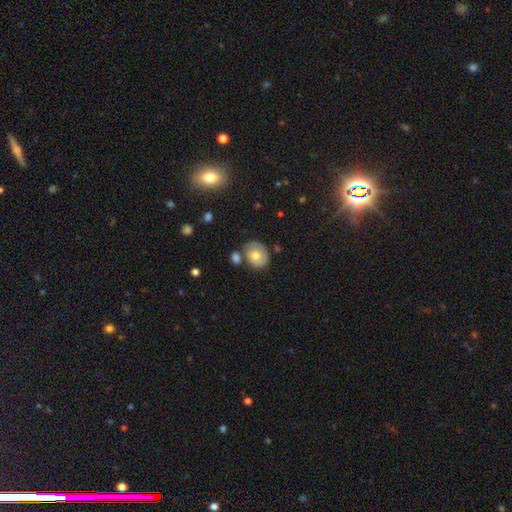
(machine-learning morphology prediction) This is likely a smooth galaxy (62%). How rounded: likely round (63%). Merging: possibly none (59%).